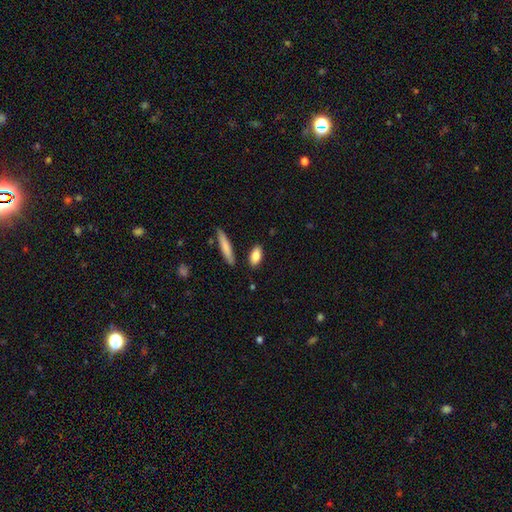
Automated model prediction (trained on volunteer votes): This is clearly a smooth galaxy (84%). How rounded: likely in between (79%). Merging: clearly none (83%).